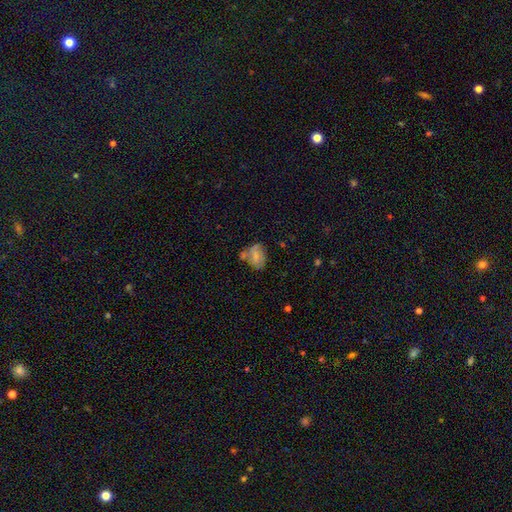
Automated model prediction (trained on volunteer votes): Morphology: type=smooth (61%); roundness=in between (78%); merging=none (35%).